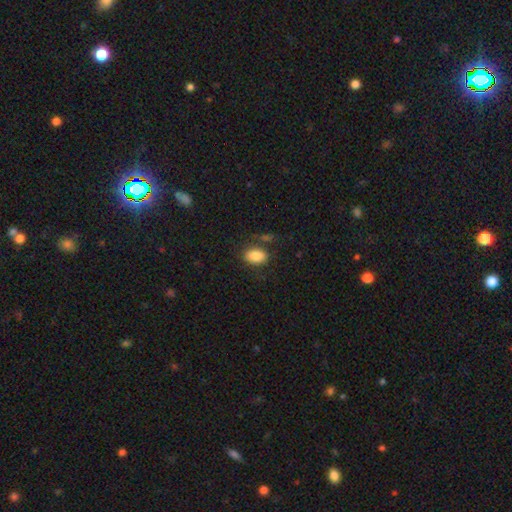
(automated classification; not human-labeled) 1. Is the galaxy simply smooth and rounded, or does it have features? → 86% smooth, 8% star or artifact, 6% featured or disk.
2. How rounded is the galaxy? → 88% in between, 10% round, 2% cigar-shaped.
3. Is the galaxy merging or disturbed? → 74% none, 15% minor disturbance, 6% merger, 5% major disturbance.